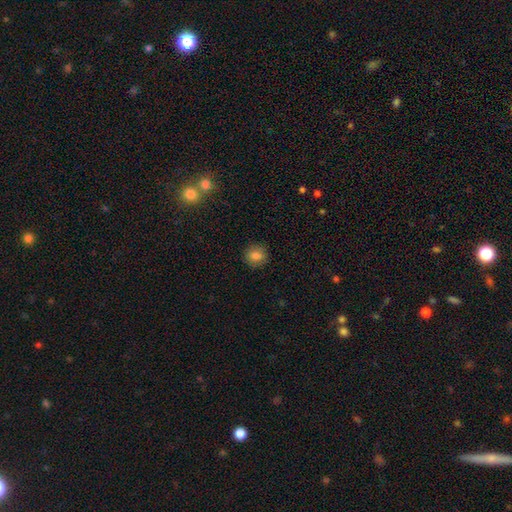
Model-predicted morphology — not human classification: This appears to be a smooth galaxy with no disk features (82%) that is round (89%). Merging: none (90%).